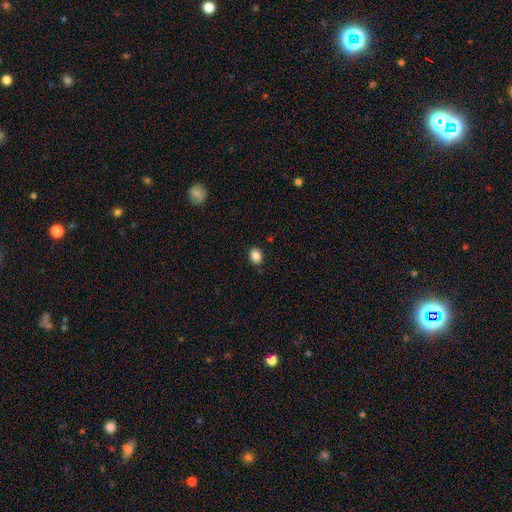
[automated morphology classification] Overall: smooth (87%). How rounded: in between (60%; round 39%). Merging: none (86%).